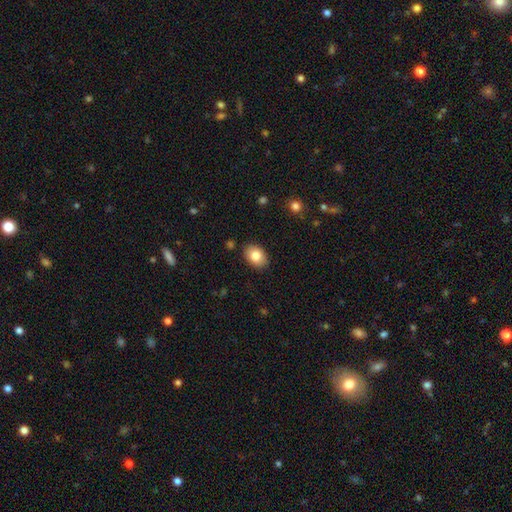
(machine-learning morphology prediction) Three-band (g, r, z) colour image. It shows a smooth galaxy with no disk features (82%) that is in between round and cigar-shaped (79%). Merging: none (88%).